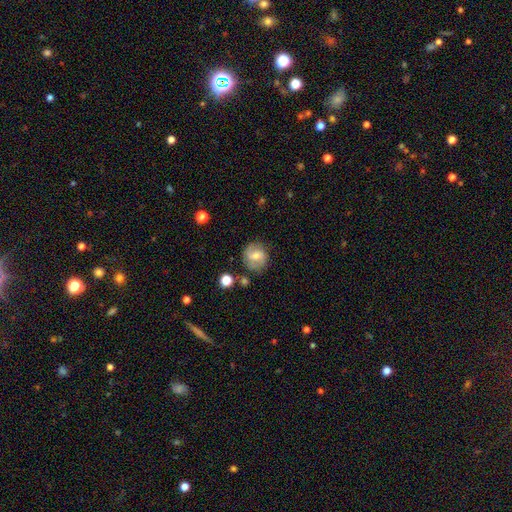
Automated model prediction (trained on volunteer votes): featured or disk 49%, smooth 43%, star or artifact 8%. Down the decision tree: merging — none (76%).